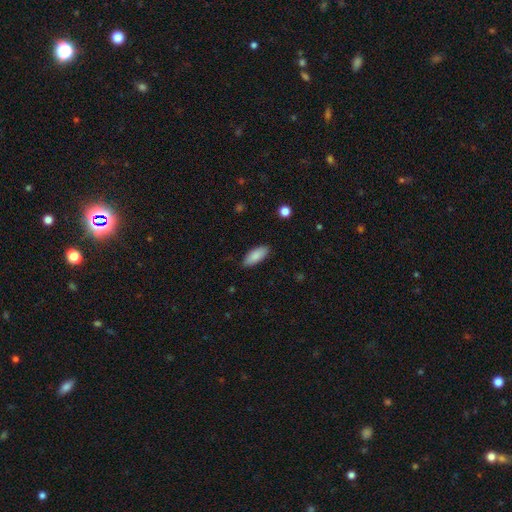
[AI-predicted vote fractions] This appears to be a smooth galaxy with no disk features (88%) that is in between round and cigar-shaped (81%). Merging: none (87%).